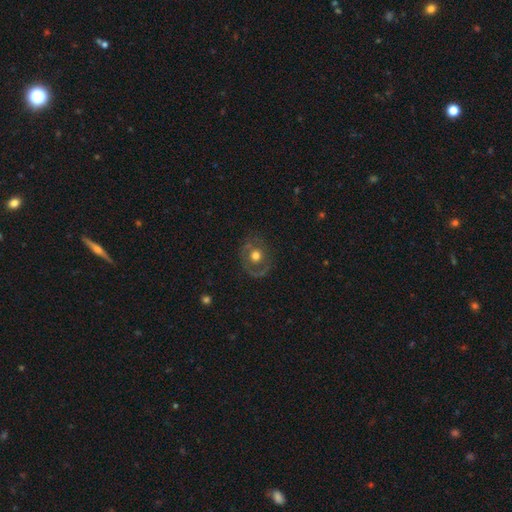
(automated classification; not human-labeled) Q: Smooth or featured?
A: featured or disk (49%); runner-up: smooth (42%)
Q: Merging?
A: none (73%); runner-up: minor disturbance (16%)